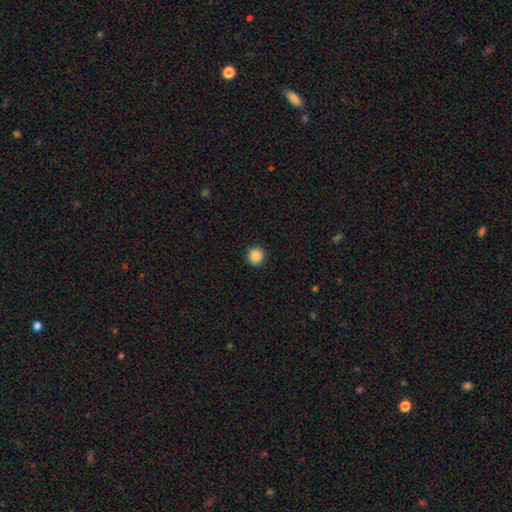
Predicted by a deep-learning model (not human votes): smooth 87%, star or artifact 10%, featured or disk 3%. Down the decision tree: how rounded — round (95%); merging — none (92%).